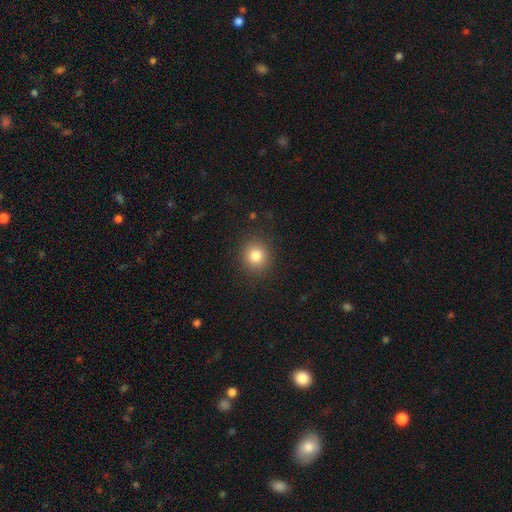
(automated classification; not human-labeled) smooth-or-featured: smooth: 82% | star or artifact: 12% | featured or disk: 7%
  how-rounded: round: 90% | in between: 9% | cigar-shaped: 1%
  merging: none: 90% | minor disturbance: 7% | major disturbance: 3% | merger: 1%